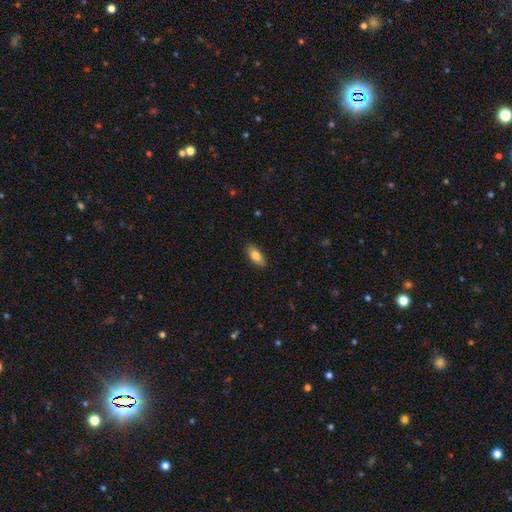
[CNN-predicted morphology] Smooth or featured? smooth (83%)
How rounded? in between (86%)
Merging? none (88%)